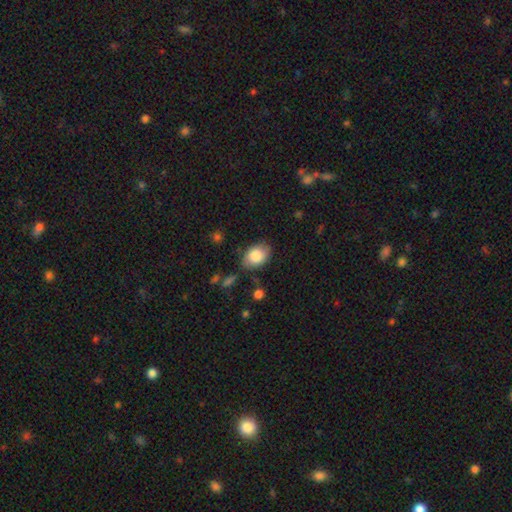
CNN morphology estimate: Q: Smooth or featured?
A: smooth (84%); runner-up: featured or disk (10%)
Q: How rounded?
A: in between (84%); runner-up: round (15%)
Q: Merging?
A: none (75%); runner-up: minor disturbance (19%)